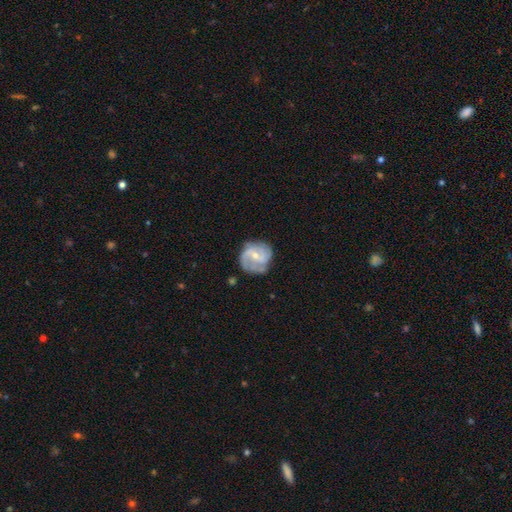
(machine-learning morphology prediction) smooth-or-featured: featured or disk: 76% | smooth: 18% | star or artifact: 6%
  disk-edge-on: no: 98% | yes: 2%
    bar: weak: 50% | no: 36% | strong: 14%
    has-spiral-arms: yes: 90% | no: 10%
      spiral-winding: medium: 46% | tight: 30% | loose: 24%
      spiral-arm-count: 2: 56% | can't tell: 17% | 3: 16% | 1: 5% | 4: 3% | more than 4: 3%
    bulge-size: small: 62% | moderate: 34% | none: 2% | large: 1% | dominant: 1%
  merging: none: 65% | minor disturbance: 22% | major disturbance: 10% | merger: 3%